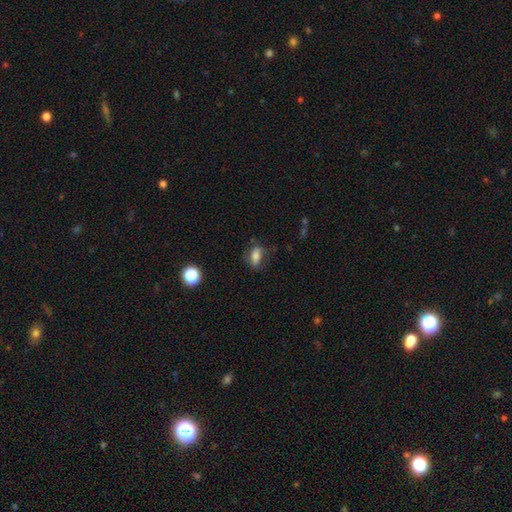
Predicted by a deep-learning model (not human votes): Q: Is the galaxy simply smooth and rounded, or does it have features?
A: smooth — 74%.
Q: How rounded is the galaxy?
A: in between — 80%.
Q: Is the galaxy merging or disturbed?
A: none — 66%.